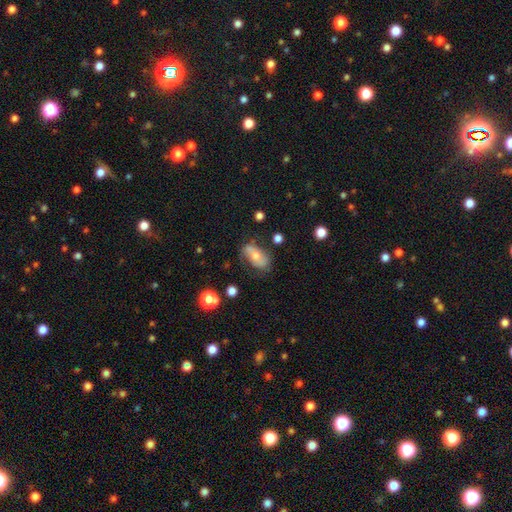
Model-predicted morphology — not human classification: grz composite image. It shows a smooth galaxy with no disk features (51%) that is in between round and cigar-shaped (86%). Merging: none (61%).